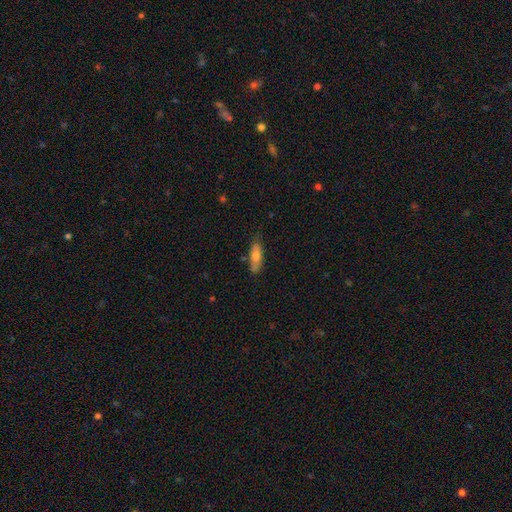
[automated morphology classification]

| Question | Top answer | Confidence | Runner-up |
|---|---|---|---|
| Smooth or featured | smooth | 72% | featured or disk (21%) |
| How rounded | cigar-shaped | 53% | in between (45%) |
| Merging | none | 73% | minor disturbance (20%) |